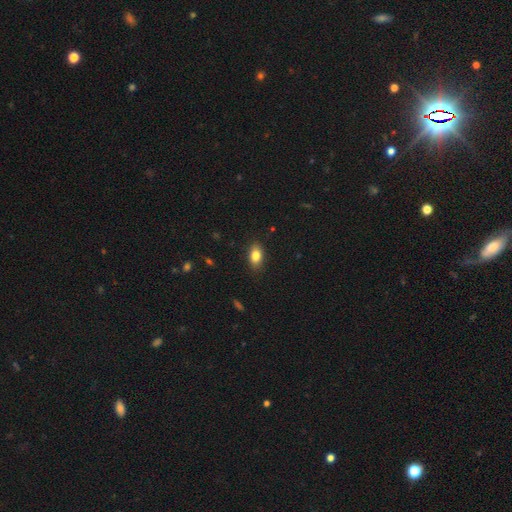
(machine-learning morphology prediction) Smooth or featured? Predicted: smooth (p=0.82). How rounded? Predicted: in between (p=0.87). Merging? Predicted: none (p=0.87).